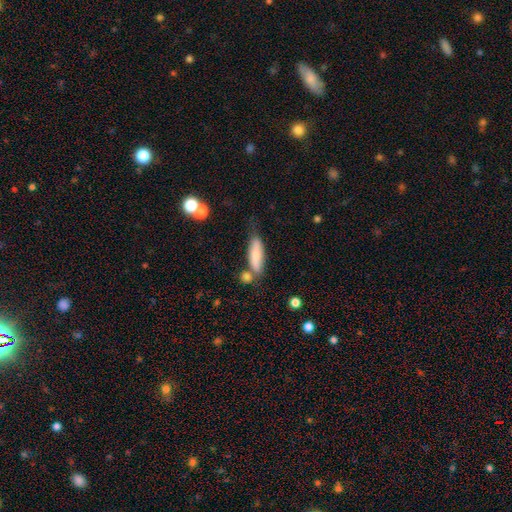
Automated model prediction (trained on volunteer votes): Smooth or featured? smooth (79%)
How rounded? in between (49%)
Merging? none (50%)